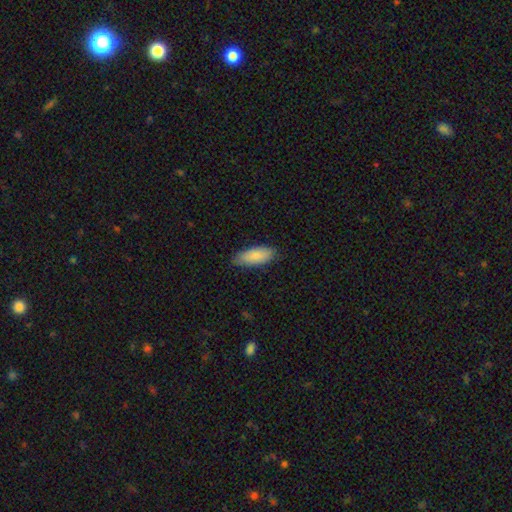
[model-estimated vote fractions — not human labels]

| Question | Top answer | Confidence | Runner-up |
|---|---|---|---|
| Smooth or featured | smooth | 86% | featured or disk (8%) |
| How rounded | in between | 79% | cigar-shaped (19%) |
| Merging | none | 82% | minor disturbance (15%) |